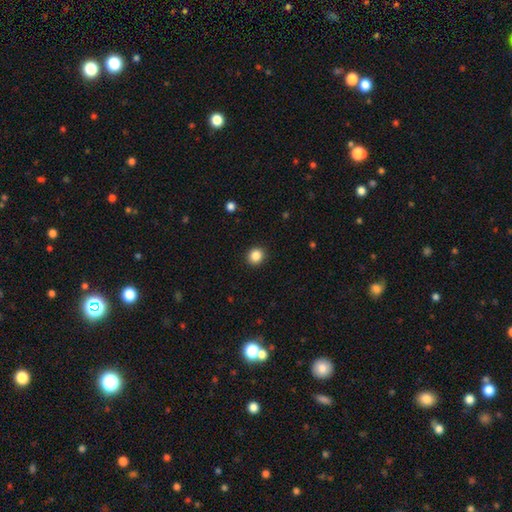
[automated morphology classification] smooth_or_featured: smooth (p=0.86) [alt: star or artifact p=0.10]
how_rounded: round (p=0.83) [alt: in between p=0.16]
merging: none (p=0.91) [alt: minor disturbance p=0.06]